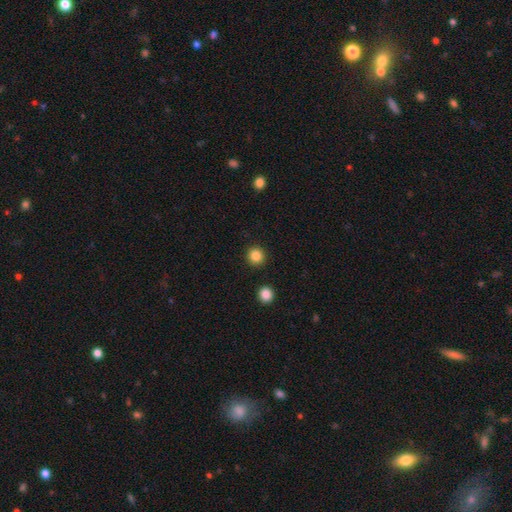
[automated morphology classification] smooth 86%, star or artifact 10%, featured or disk 4%. Down the decision tree: how rounded — round (93%); merging — none (92%).